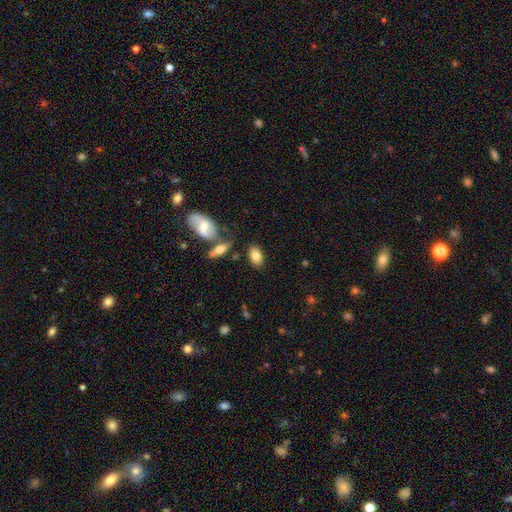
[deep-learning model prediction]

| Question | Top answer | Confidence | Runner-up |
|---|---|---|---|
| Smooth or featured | smooth | 80% | featured or disk (14%) |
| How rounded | in between | 91% | round (6%) |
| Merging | none | 74% | minor disturbance (12%) |